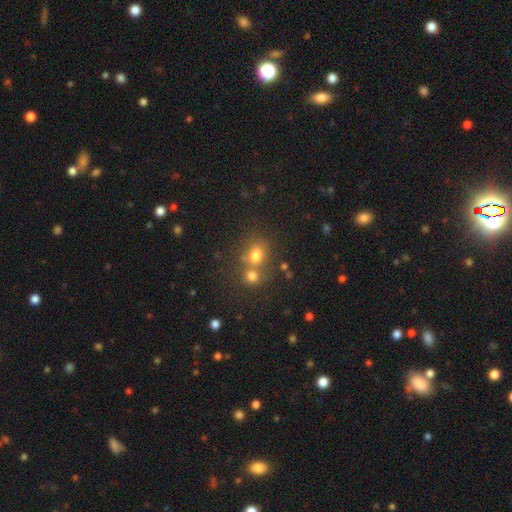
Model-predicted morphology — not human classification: type=smooth (73%); roundness=round (66%); merging=none (45%).